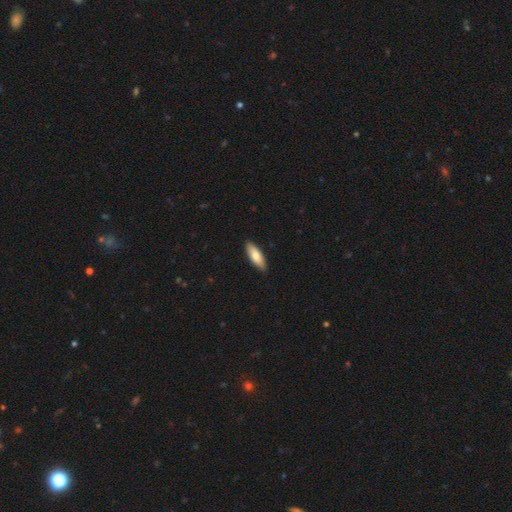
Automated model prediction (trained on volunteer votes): smooth 77%, featured or disk 17%, star or artifact 5%. Down the decision tree: how rounded — in between (62%); merging — none (90%).